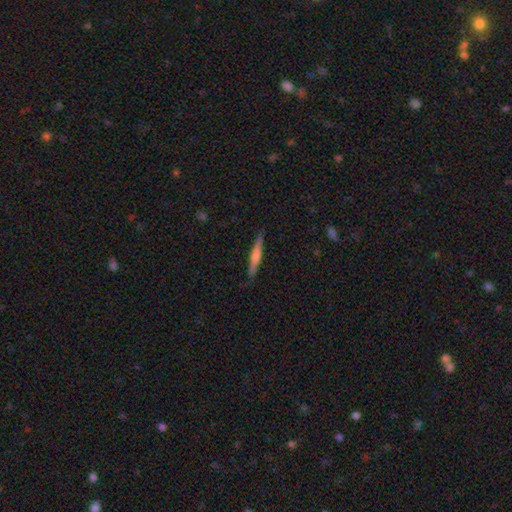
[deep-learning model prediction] Smooth or featured? featured or disk (48%)
Merging? none (88%)